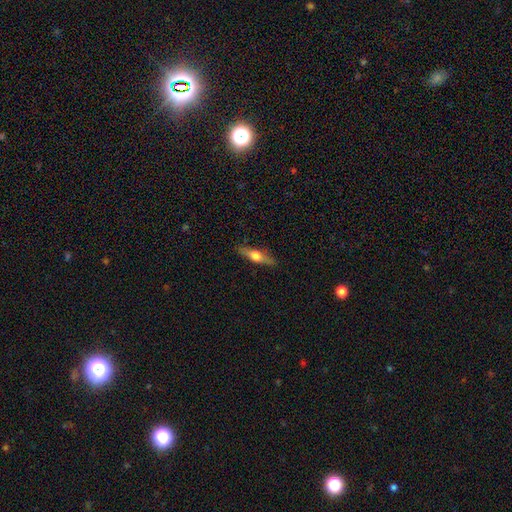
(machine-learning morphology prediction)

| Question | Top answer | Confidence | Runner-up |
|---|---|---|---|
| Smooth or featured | featured or disk | 56% | smooth (38%) |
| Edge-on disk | yes | 94% | no (6%) |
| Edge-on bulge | rounded | 94% | boxy (4%) |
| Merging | none | 88% | minor disturbance (9%) |